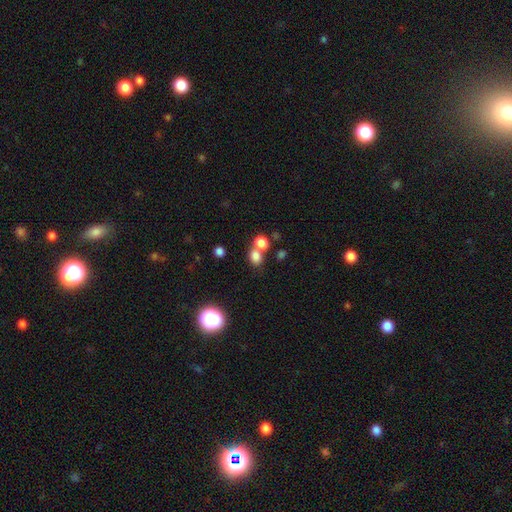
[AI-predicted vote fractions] Morphology: type=smooth (78%); roundness=round (57%); merging=none (47%).